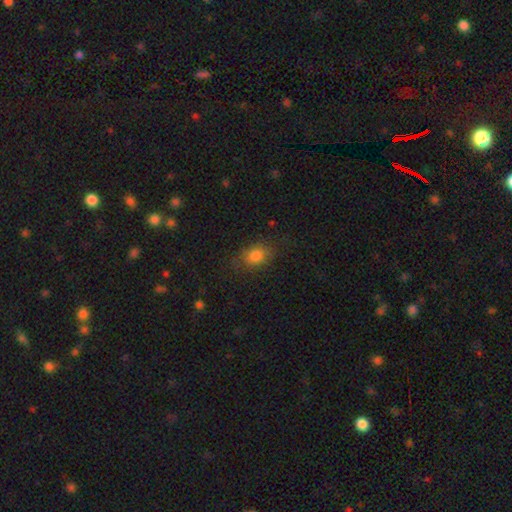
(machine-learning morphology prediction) Overall: smooth (81%). How rounded: in between (65%; round 33%). Merging: none (72%).